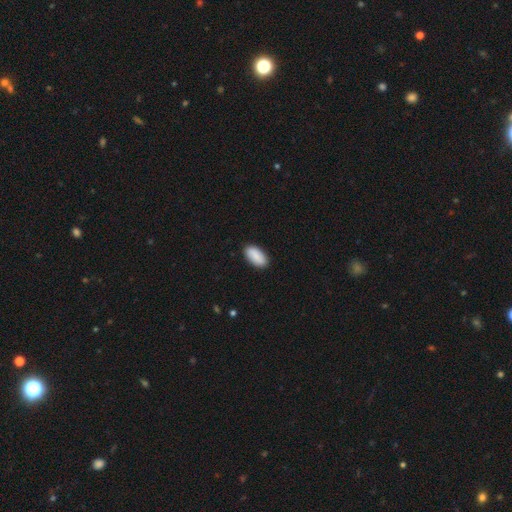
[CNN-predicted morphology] type=smooth (88%); roundness=in between (94%); merging=none (89%).